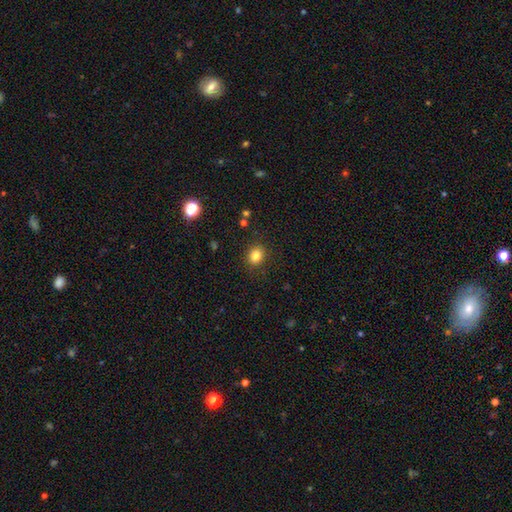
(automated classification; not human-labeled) smooth 82%, star or artifact 12%, featured or disk 6%. Down the decision tree: how rounded — round (71%); merging — none (89%).